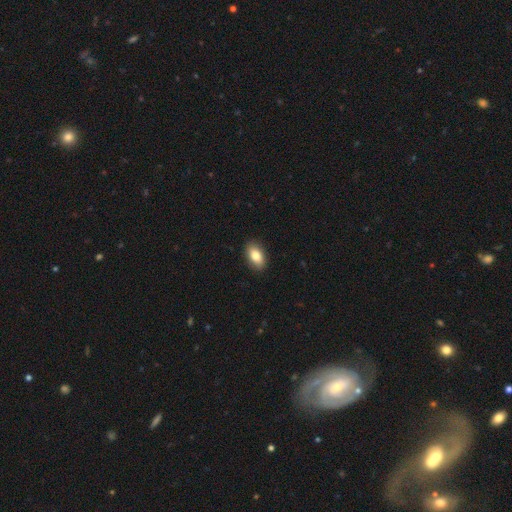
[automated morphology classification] This is clearly a smooth galaxy (82%). How rounded: clearly in between (91%). Merging: clearly none (89%).